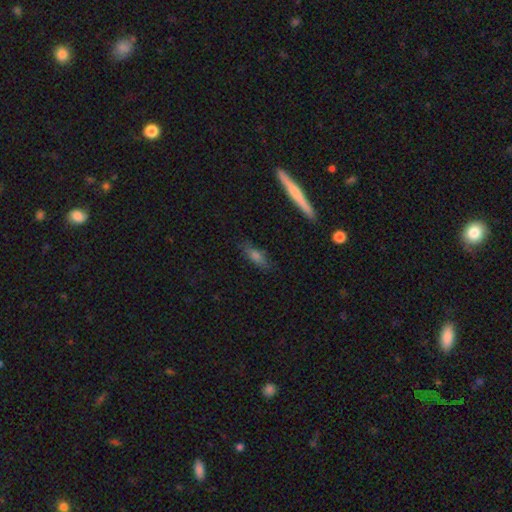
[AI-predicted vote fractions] A smooth galaxy with no disk features (65%) that is cigar-shaped (59%). Merging: none (79%).